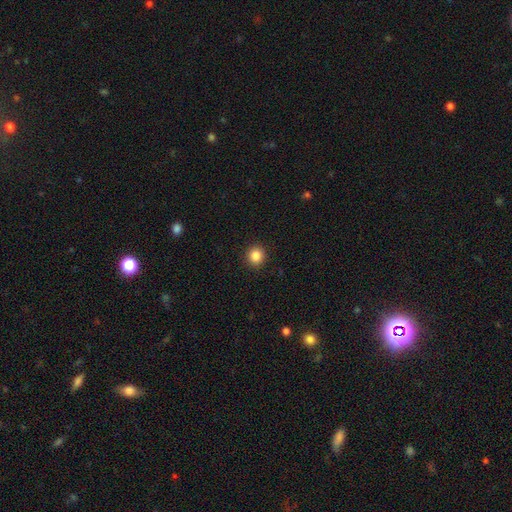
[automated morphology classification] smooth-or-featured: smooth: 86% | star or artifact: 11% | featured or disk: 4%
  how-rounded: round: 89% | in between: 10% | cigar-shaped: 1%
  merging: none: 92% | minor disturbance: 5% | major disturbance: 2% | merger: 1%